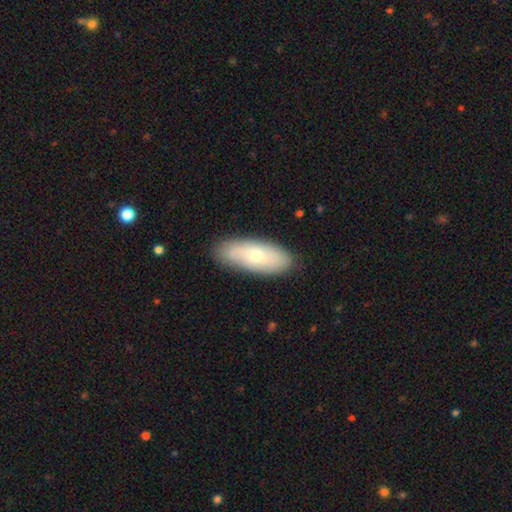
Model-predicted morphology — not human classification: Smooth or featured? smooth (60%)
How rounded? in between (78%)
Merging? none (86%)